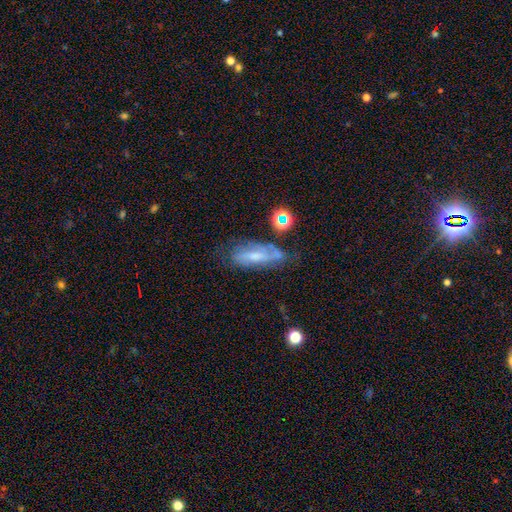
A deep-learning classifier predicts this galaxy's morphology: featured or disk 59%, smooth 30%, star or artifact 11%. Down the decision tree: edge-on disk — no (75%); merging — none (54%).